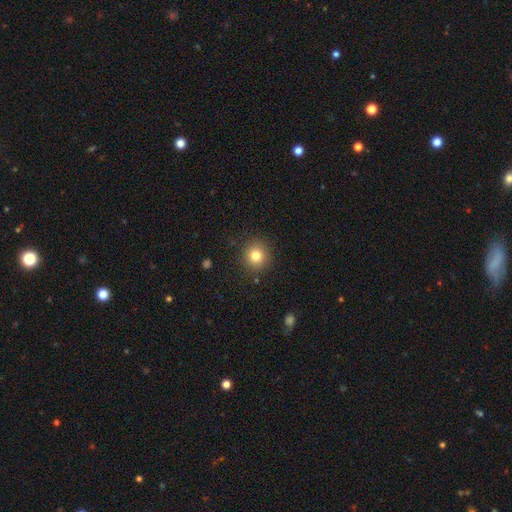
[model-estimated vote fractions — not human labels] smooth 80%, star or artifact 12%, featured or disk 8%. Down the decision tree: how rounded — round (92%); merging — none (90%).